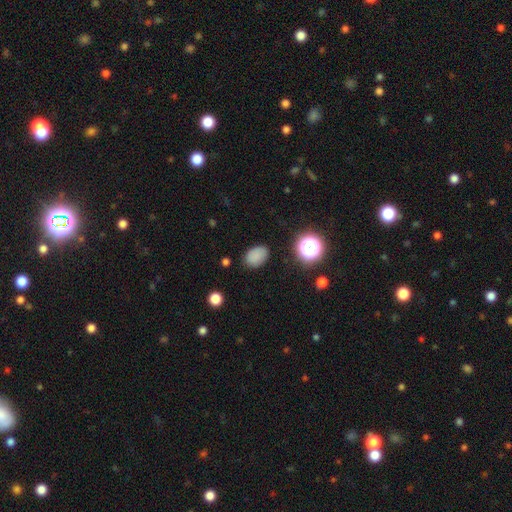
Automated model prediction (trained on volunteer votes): This appears to be a smooth galaxy with no disk features (82%) that is in between round and cigar-shaped (78%). Merging: none (81%).